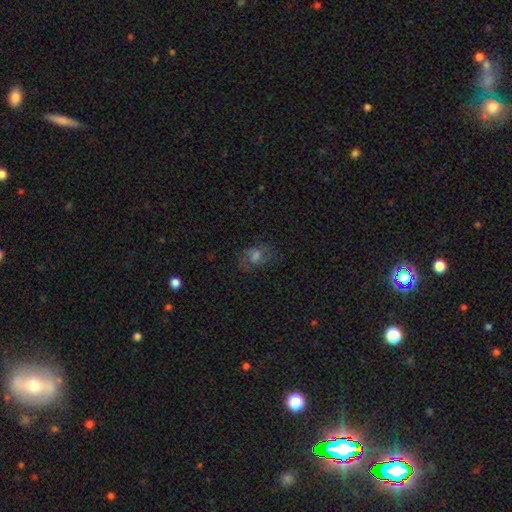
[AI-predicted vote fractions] This is marginally a featured or disk galaxy (41%). Merging: likely none (66%).